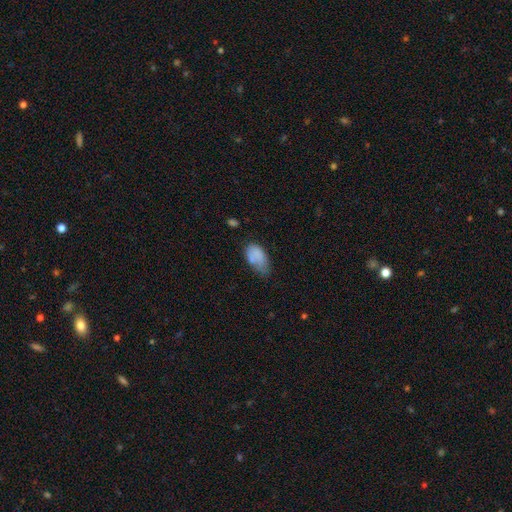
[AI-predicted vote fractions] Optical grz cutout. It shows a smooth galaxy with no disk features (77%) that is in between round and cigar-shaped (93%). Merging: minor disturbance (39%).